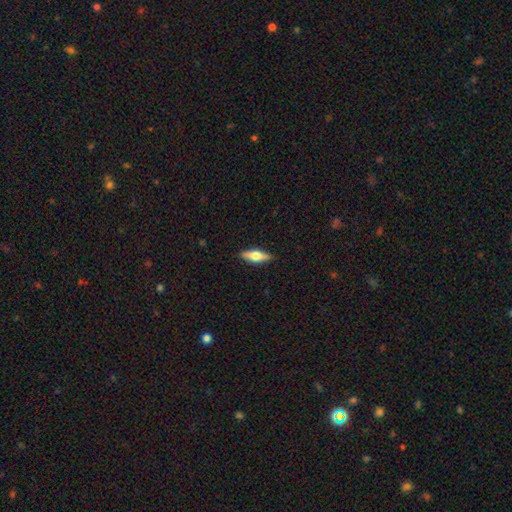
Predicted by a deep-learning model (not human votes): Overall: featured or disk (53%; smooth 41%). Edge-on disk: yes (94%). Merging: none (89%).